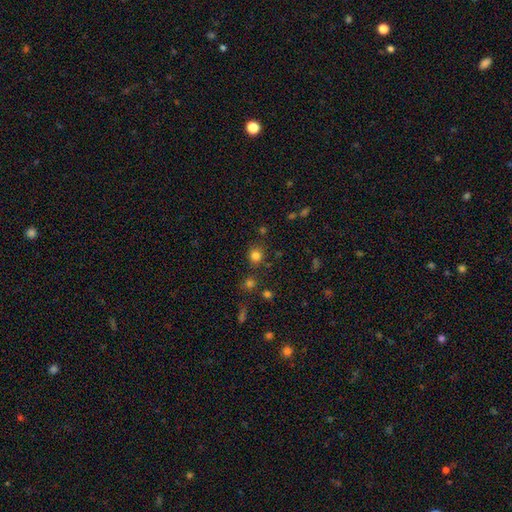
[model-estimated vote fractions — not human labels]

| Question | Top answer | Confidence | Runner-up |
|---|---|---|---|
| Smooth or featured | smooth | 79% | star or artifact (16%) |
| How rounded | round | 86% | in between (13%) |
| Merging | none | 80% | minor disturbance (10%) |